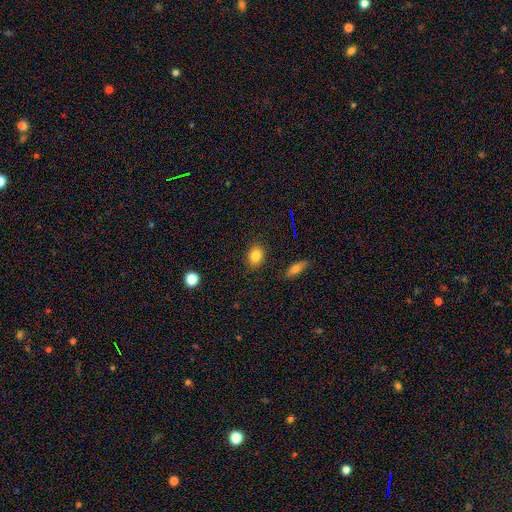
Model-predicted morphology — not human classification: Overall: smooth (83%). How rounded: in between (57%; round 41%). Merging: none (87%).